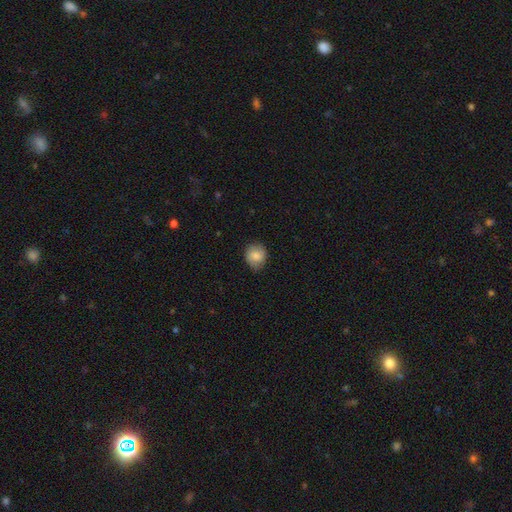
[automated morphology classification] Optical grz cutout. It shows a smooth galaxy with no disk features (80%) that is round (71%). Merging: none (83%).